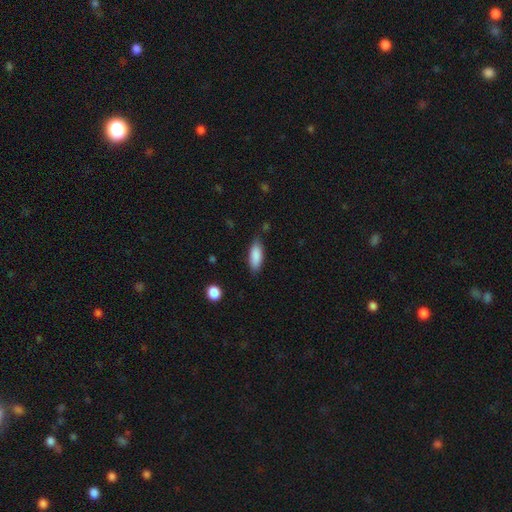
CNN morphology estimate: smooth 88%, star or artifact 6%, featured or disk 6%. Down the decision tree: how rounded — in between (72%); merging — none (81%).